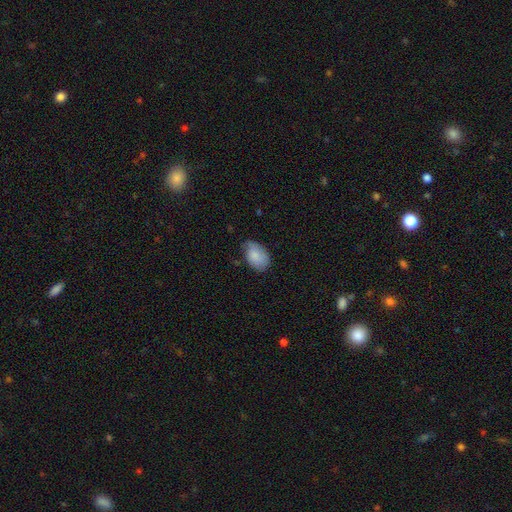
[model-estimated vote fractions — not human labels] This appears to be a smooth galaxy with no disk features (83%) that is in between round and cigar-shaped (88%). Merging: none (57%).